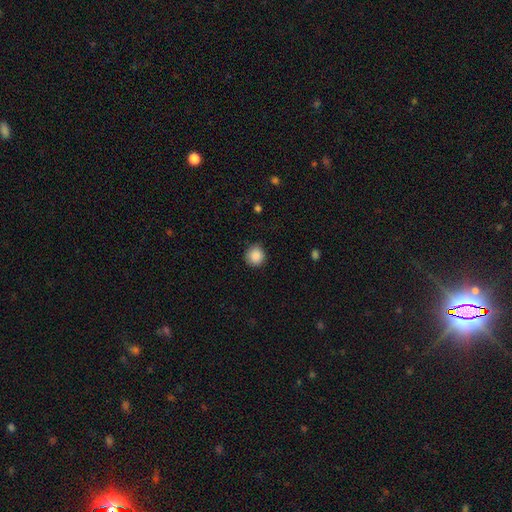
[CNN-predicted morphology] type=smooth (89%); roundness=round (89%); merging=none (85%).